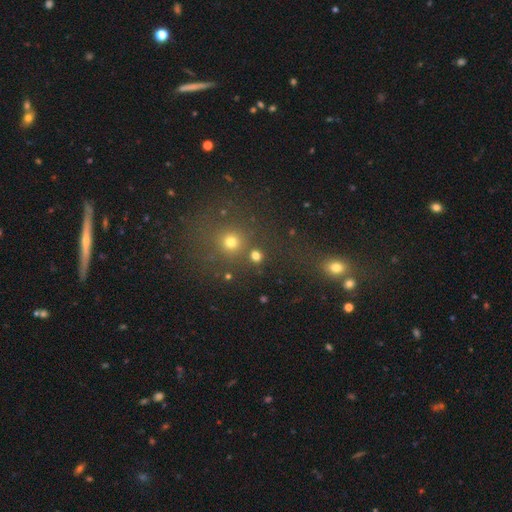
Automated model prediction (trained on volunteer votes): Overall: smooth (72%). How rounded: round (90%). Merging: none (76%).